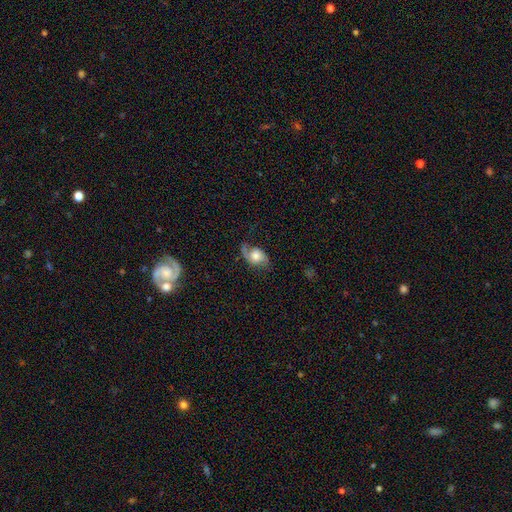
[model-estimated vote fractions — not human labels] Q: Smooth or featured?
A: featured or disk (55%); runner-up: smooth (37%)
Q: Edge-on disk?
A: no (95%); runner-up: yes (5%)
Q: Bar?
A: no (71%); runner-up: weak (24%)
Q: Spiral arms?
A: yes (88%); runner-up: no (12%)
Q: Bulge size?
A: moderate (41%); runner-up: large (37%)
Q: Merging?
A: none (54%); runner-up: minor disturbance (24%)